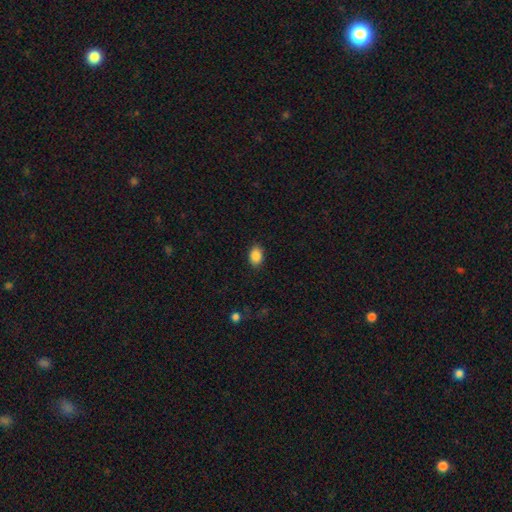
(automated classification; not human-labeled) This is clearly a smooth galaxy (88%). How rounded: likely in between (78%). Merging: clearly none (87%).